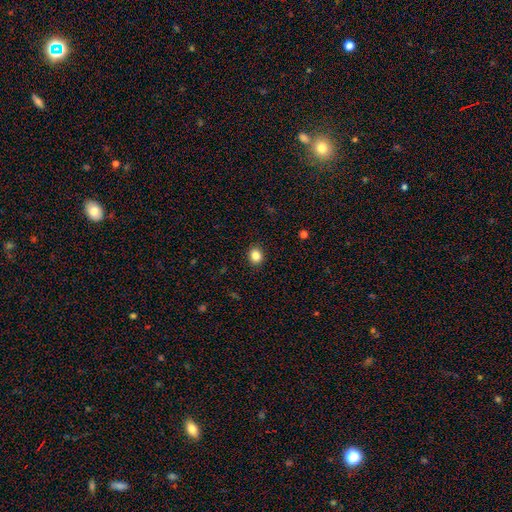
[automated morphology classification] The model was most divided on "how rounded": round: 66%, in between: 33%, cigar-shaped: 1%. More confident: merging — none (91%); smooth or featured — smooth (85%).